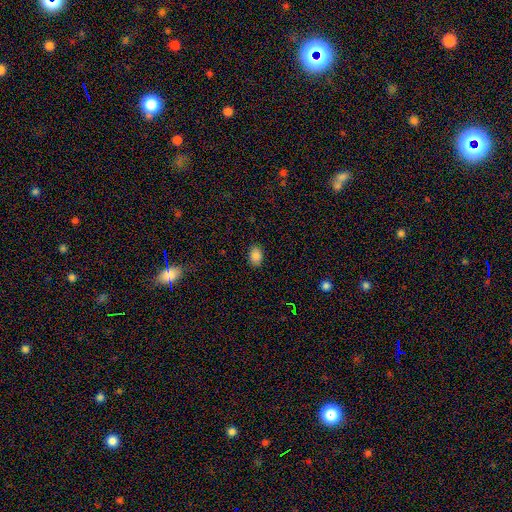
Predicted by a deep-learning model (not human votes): A smooth galaxy with no disk features (86%) that is in between round and cigar-shaped (80%).

Vote fractions:
- Smooth or featured? smooth: 86% / star or artifact: 10% / featured or disk: 4%
- How rounded? in between: 80% / round: 19% / cigar-shaped: 1%
- Merging? none: 86% / minor disturbance: 10% / major disturbance: 2% / merger: 1%